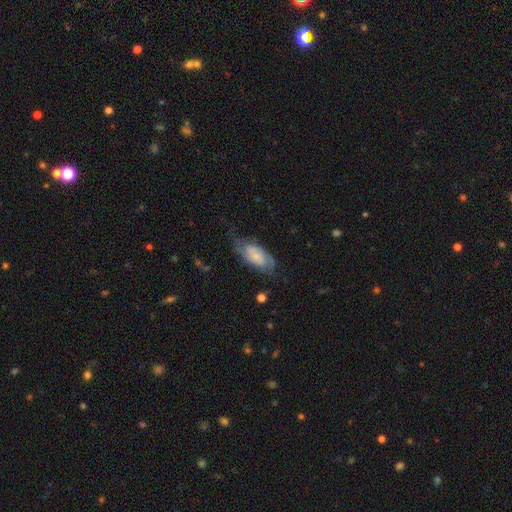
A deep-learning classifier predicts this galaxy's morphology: A featured or disk galaxy (58%) with no bar (62%), spiral arms (88%) and a small central bulge (52%). Merging: none (53%).